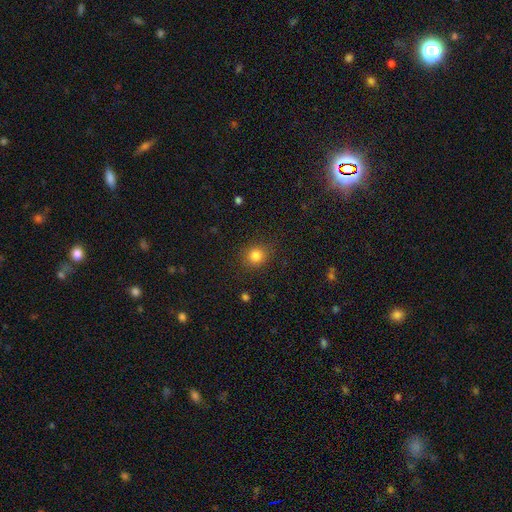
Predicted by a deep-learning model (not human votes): smooth 83%, star or artifact 12%, featured or disk 5%. Down the decision tree: how rounded — round (83%); merging — none (87%).